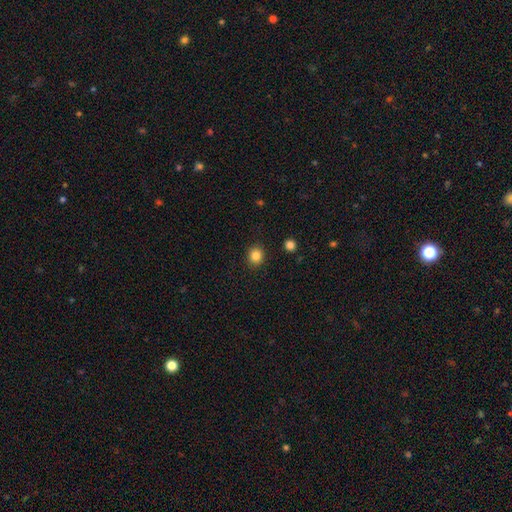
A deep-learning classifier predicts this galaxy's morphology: Smooth or featured? Predicted: smooth (p=0.85). How rounded? Predicted: round (p=0.79). Merging? Predicted: none (p=0.91).